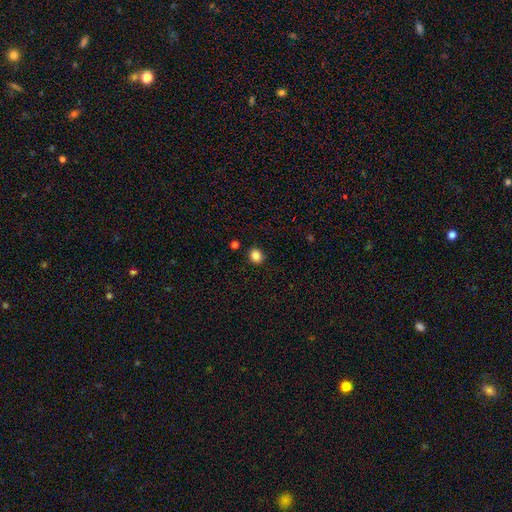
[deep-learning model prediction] Smooth or featured? smooth (86%)
How rounded? round (71%)
Merging? none (88%)